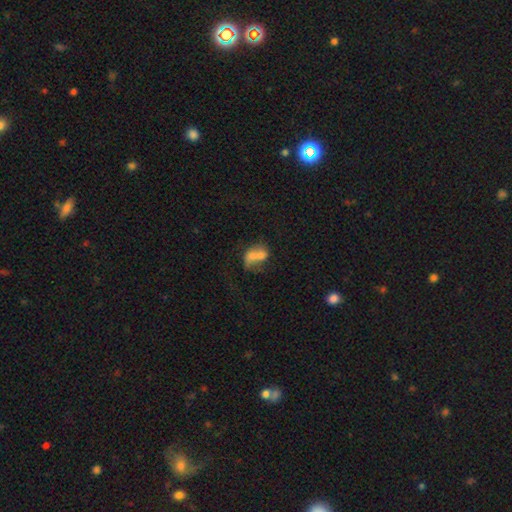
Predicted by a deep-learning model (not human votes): Smooth or featured? Predicted: smooth (p=0.53). How rounded? Predicted: in between (p=0.69). Merging? Predicted: merger (p=0.58).